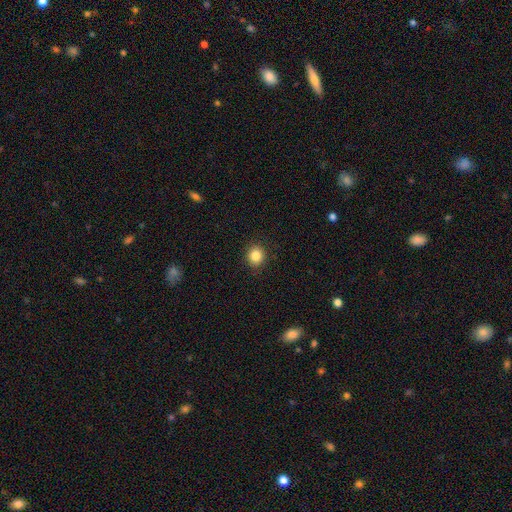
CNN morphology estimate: Smooth or featured? smooth (85%)
How rounded? round (83%)
Merging? none (90%)